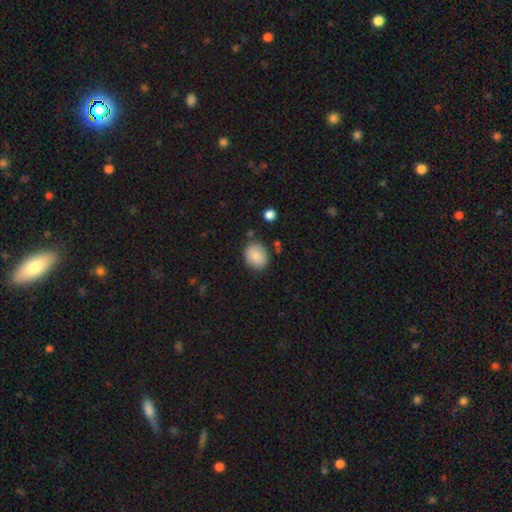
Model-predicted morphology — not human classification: Smooth or featured? smooth (82%)
How rounded? round (59%)
Merging? none (81%)